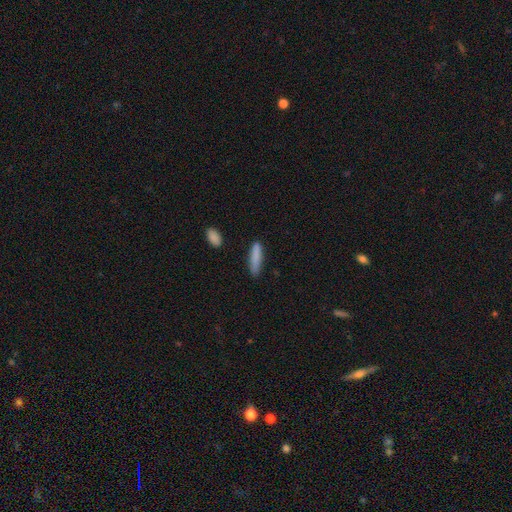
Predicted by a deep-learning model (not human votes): Smooth or featured?
  - smooth: 85% *
  - featured or disk: 8%
  - star or artifact: 6%
How rounded?
  - cigar-shaped: 78% *
  - in between: 21%
  - round: 1%
Merging?
  - none: 80% *
  - minor disturbance: 14%
  - major disturbance: 3%
  - merger: 2%